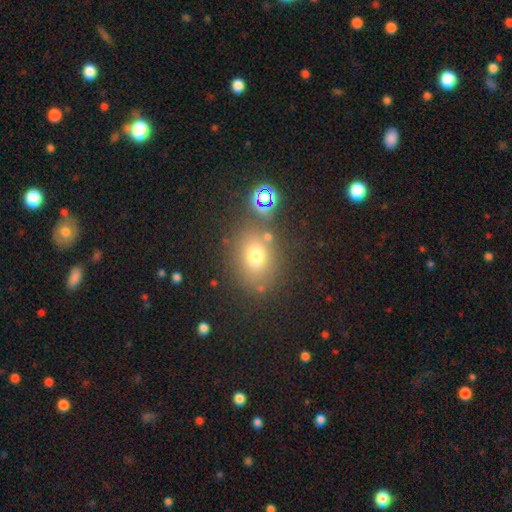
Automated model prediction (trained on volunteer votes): Smooth or featured: smooth — 69% (star or artifact — 19%)
How rounded: in between — 50% (round — 49%)
Merging: none — 75% (minor disturbance — 12%)